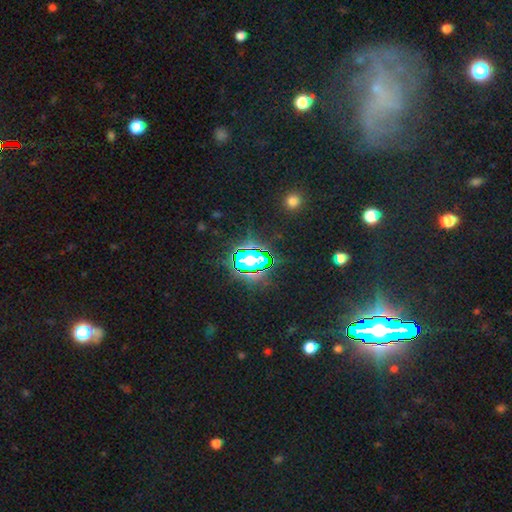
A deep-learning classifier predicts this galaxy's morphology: Overall: star or artifact (78%).